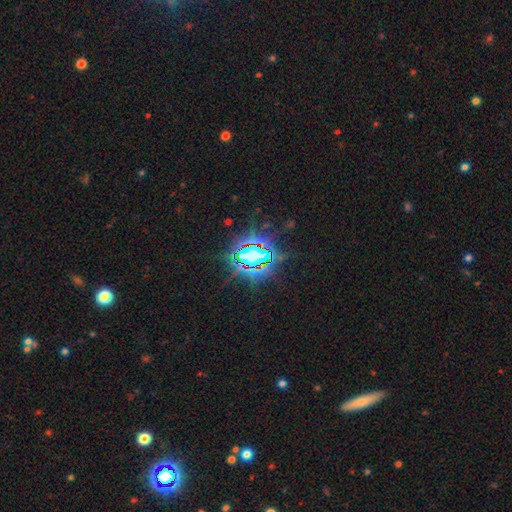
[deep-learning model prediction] star or artifact 80%, smooth 11%, featured or disk 9%.